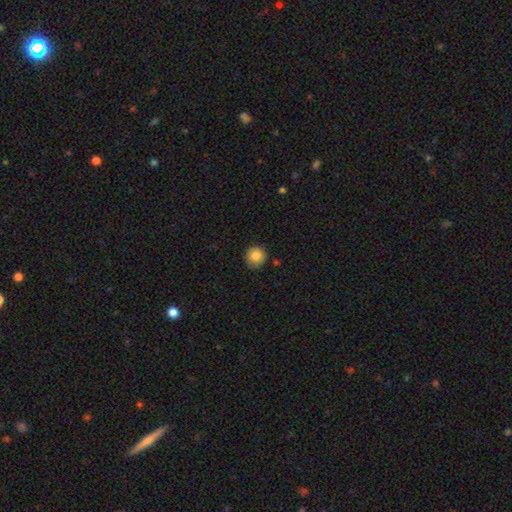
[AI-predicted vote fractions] smooth_or_featured: smooth (p=0.85) [alt: star or artifact p=0.09]
how_rounded: round (p=0.94) [alt: in between p=0.05]
merging: none (p=0.85) [alt: minor disturbance p=0.12]